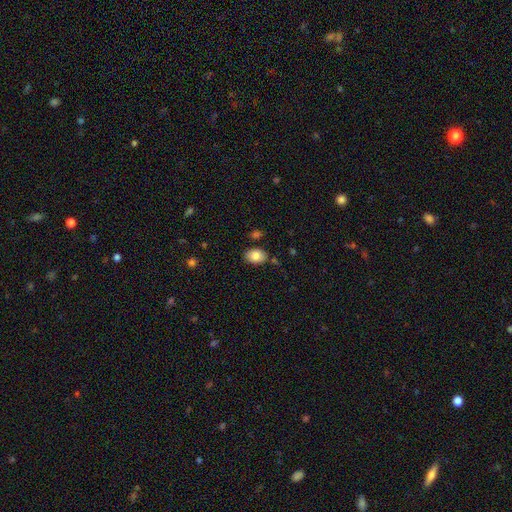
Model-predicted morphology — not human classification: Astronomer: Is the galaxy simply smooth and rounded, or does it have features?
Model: smooth — 84%.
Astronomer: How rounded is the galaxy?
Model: in between — 81%.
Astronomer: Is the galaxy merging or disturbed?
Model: none — 79%.